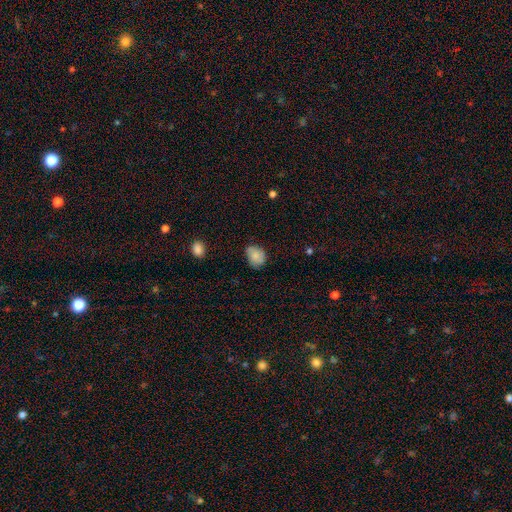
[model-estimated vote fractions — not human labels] Q: Smooth or featured?
A: smooth (76%); runner-up: featured or disk (16%)
Q: How rounded?
A: in between (56%); runner-up: round (43%)
Q: Merging?
A: none (64%); runner-up: minor disturbance (29%)